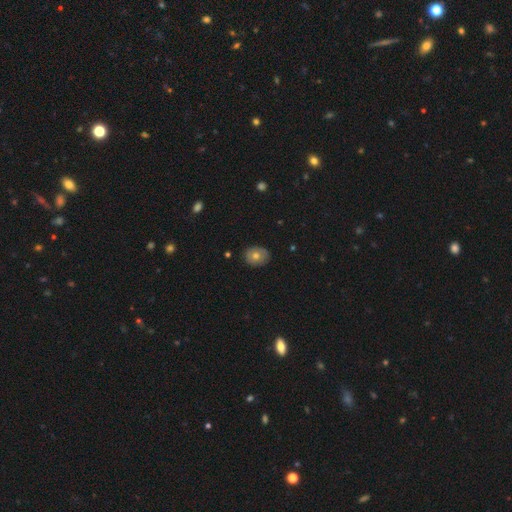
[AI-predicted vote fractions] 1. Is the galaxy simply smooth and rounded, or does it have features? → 68% smooth, 24% featured or disk, 9% star or artifact.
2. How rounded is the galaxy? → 57% round, 42% in between, 1% cigar-shaped.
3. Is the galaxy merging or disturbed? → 86% none, 11% minor disturbance, 2% major disturbance, 1% merger.